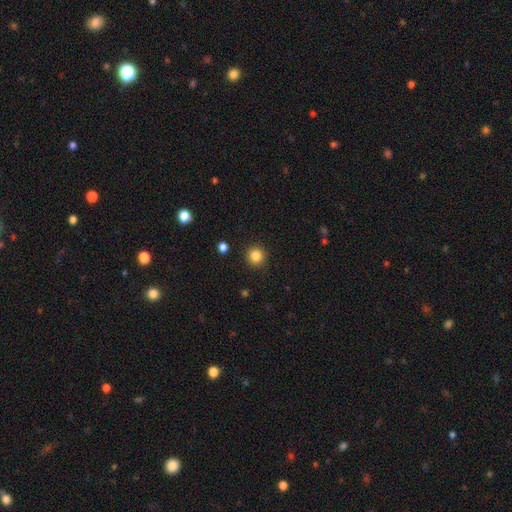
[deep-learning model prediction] The model was most divided on "smooth or featured": smooth: 85%, star or artifact: 11%, featured or disk: 4%. More confident: how rounded — round (94%); merging — none (92%).